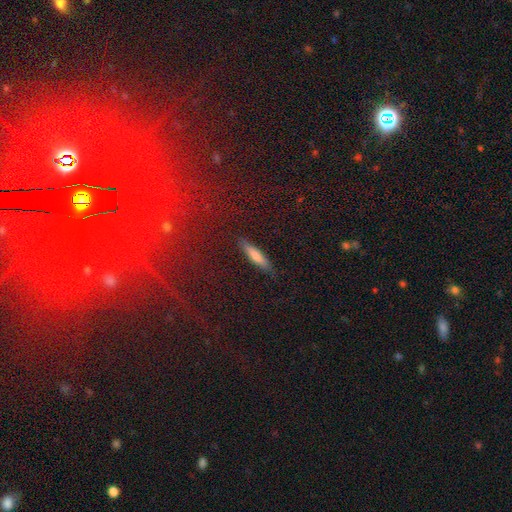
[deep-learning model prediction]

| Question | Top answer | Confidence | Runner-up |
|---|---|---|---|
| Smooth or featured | smooth | 73% | featured or disk (20%) |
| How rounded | cigar-shaped | 84% | in between (15%) |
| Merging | none | 86% | minor disturbance (10%) |